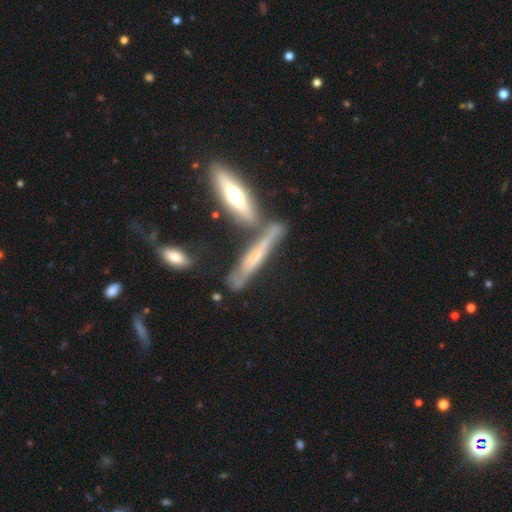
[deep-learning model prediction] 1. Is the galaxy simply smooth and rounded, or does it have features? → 64% featured or disk, 28% smooth, 8% star or artifact.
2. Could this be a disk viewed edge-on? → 85% yes, 15% no.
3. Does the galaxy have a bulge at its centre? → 63% rounded, 26% none, 10% boxy.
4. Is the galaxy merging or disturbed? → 53% none, 25% merger, 16% minor disturbance, 6% major disturbance.